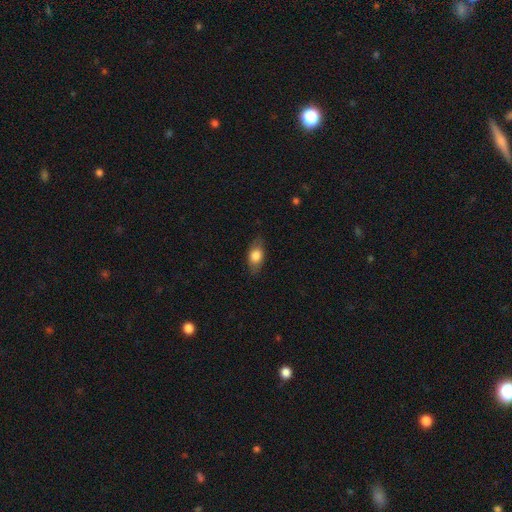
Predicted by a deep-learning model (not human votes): smooth-or-featured: smooth: 75% | featured or disk: 18% | star or artifact: 7%
  how-rounded: in between: 84% | round: 10% | cigar-shaped: 6%
  merging: none: 78% | minor disturbance: 16% | major disturbance: 4% | merger: 1%